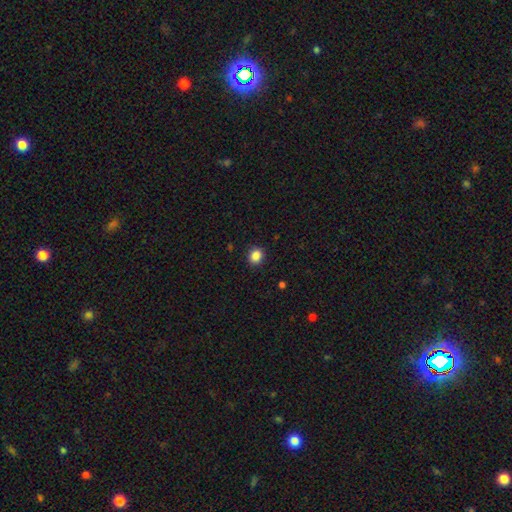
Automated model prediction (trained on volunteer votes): Smooth or featured? Predicted: smooth (p=0.87). How rounded? Predicted: round (p=0.70). Merging? Predicted: none (p=0.90).